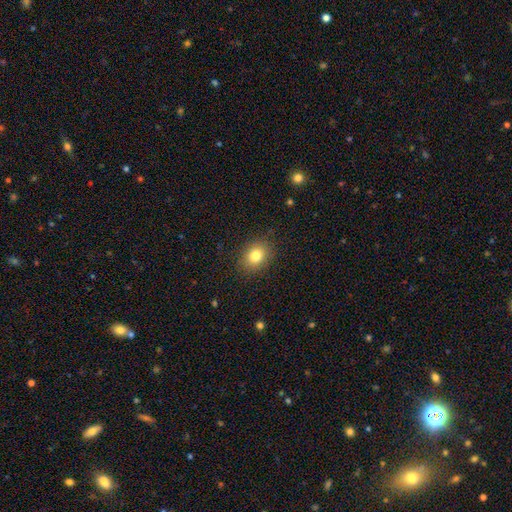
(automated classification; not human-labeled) Morphology: type=smooth (81%); roundness=round (50%); merging=none (87%).